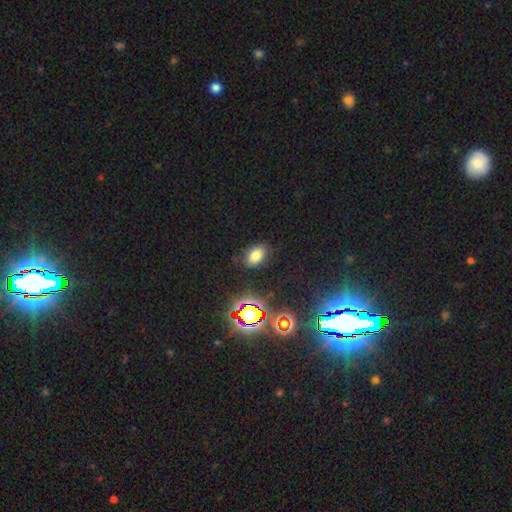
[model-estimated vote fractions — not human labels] Q: Smooth or featured?
A: smooth (72%); runner-up: star or artifact (20%)
Q: How rounded?
A: in between (86%); runner-up: round (13%)
Q: Merging?
A: none (83%); runner-up: minor disturbance (12%)